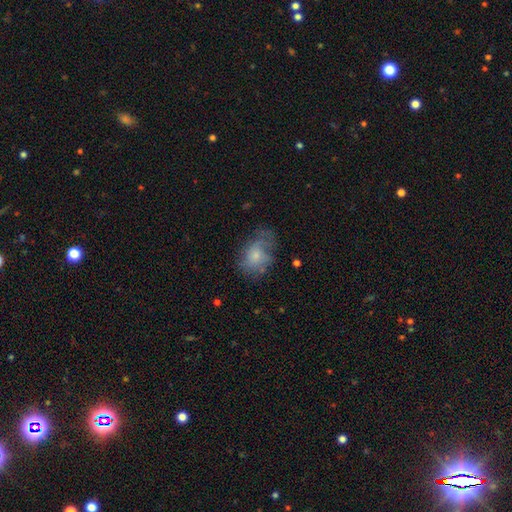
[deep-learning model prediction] Morphology: type=smooth (58%); roundness=in between (72%); merging=none (44%).